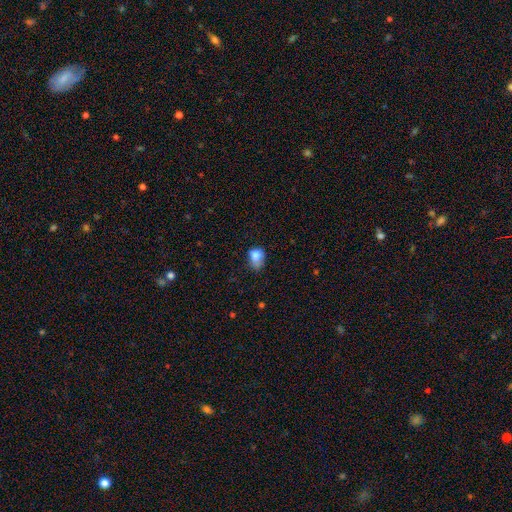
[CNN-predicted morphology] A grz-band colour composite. It shows a smooth galaxy with no disk features (81%) that is in between round and cigar-shaped (59%). Merging: minor disturbance (42%).